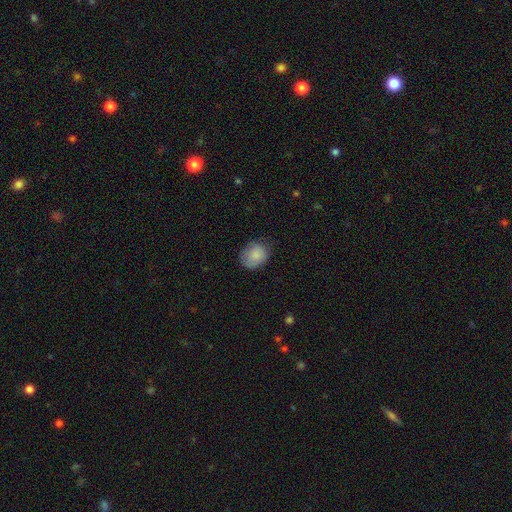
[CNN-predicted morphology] Smooth or featured?
  - smooth: 85% *
  - featured or disk: 8%
  - star or artifact: 7%
How rounded?
  - round: 58% *
  - in between: 41%
  - cigar-shaped: 1%
Merging?
  - none: 65% *
  - minor disturbance: 26%
  - major disturbance: 7%
  - merger: 1%